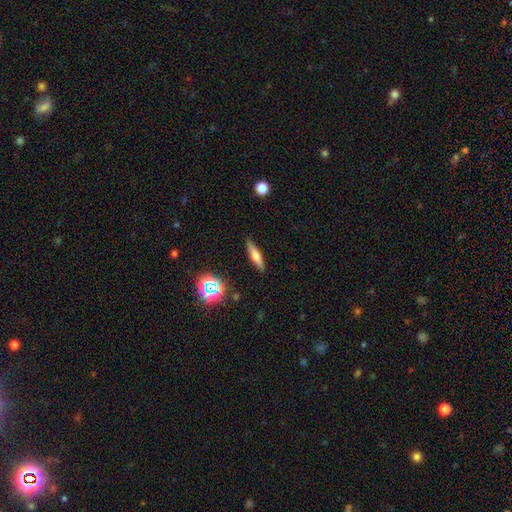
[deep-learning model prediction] A smooth galaxy with no disk features (55%) that is cigar-shaped (78%).

Vote fractions:
- Smooth or featured? smooth: 55% / featured or disk: 34% / star or artifact: 11%
- How rounded? cigar-shaped: 78% / in between: 19% / round: 3%
- Merging? none: 88% / minor disturbance: 8% / major disturbance: 2% / merger: 1%